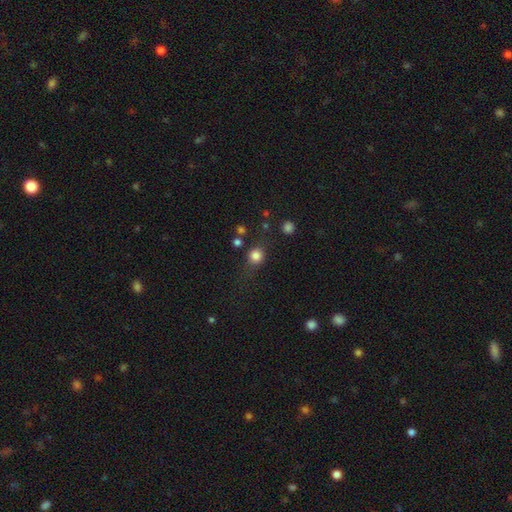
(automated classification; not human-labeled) Q: Smooth or featured?
A: smooth (81%); runner-up: star or artifact (12%)
Q: How rounded?
A: round (83%); runner-up: in between (15%)
Q: Merging?
A: none (72%); runner-up: minor disturbance (16%)